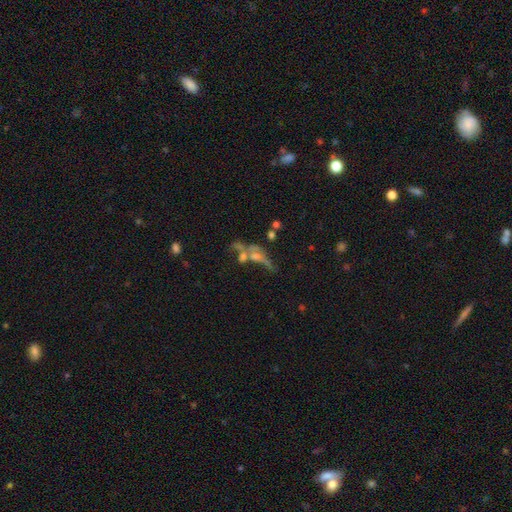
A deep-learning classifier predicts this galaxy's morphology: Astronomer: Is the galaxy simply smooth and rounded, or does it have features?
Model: featured or disk — 49% (runner-up: star or artifact, 27%).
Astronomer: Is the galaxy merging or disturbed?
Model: merger — 34%, tied with none at 34%.